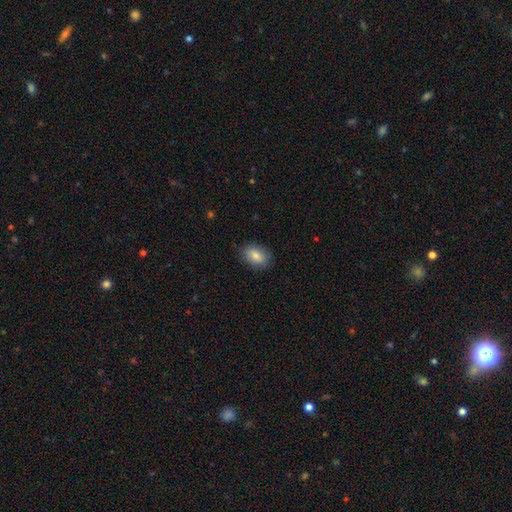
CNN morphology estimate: smooth-or-featured: smooth: 82% | featured or disk: 11% | star or artifact: 7%
  how-rounded: in between: 85% | round: 13% | cigar-shaped: 2%
  merging: none: 85% | minor disturbance: 11% | major disturbance: 3% | merger: 1%